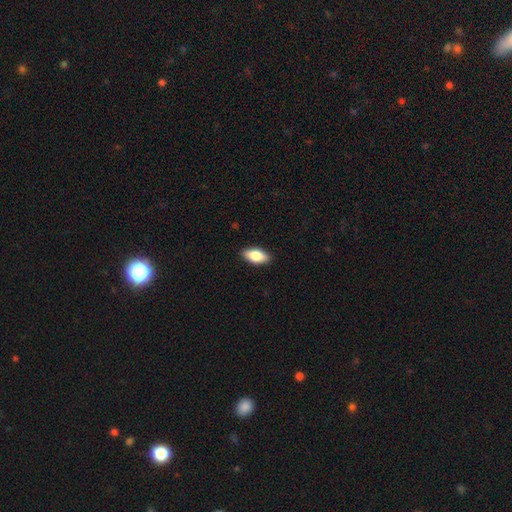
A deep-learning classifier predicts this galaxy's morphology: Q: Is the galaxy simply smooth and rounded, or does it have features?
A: smooth — 79%.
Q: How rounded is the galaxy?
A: in between — 89%.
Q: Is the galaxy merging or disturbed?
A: none — 89%.